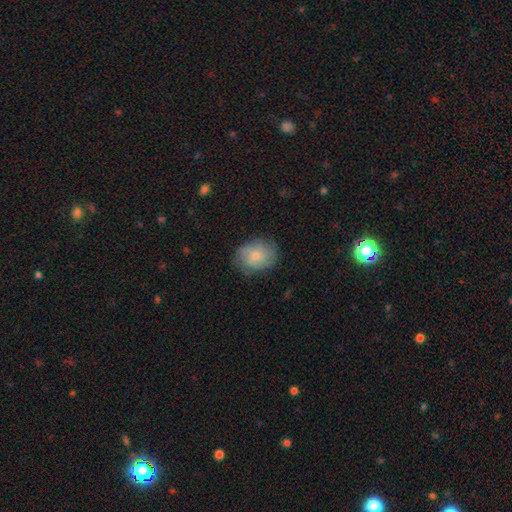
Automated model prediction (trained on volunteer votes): smooth-or-featured: smooth: 70% | featured or disk: 23% | star or artifact: 7%
  how-rounded: in between: 50% | round: 49% | cigar-shaped: 1%
  merging: none: 74% | minor disturbance: 20% | major disturbance: 5% | merger: 1%